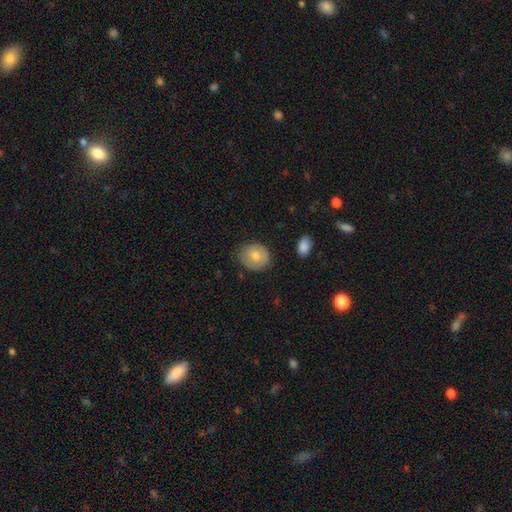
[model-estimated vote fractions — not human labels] smooth-or-featured: smooth: 79% | featured or disk: 13% | star or artifact: 7%
  how-rounded: round: 69% | in between: 30% | cigar-shaped: 1%
  merging: none: 77% | minor disturbance: 17% | major disturbance: 4% | merger: 2%